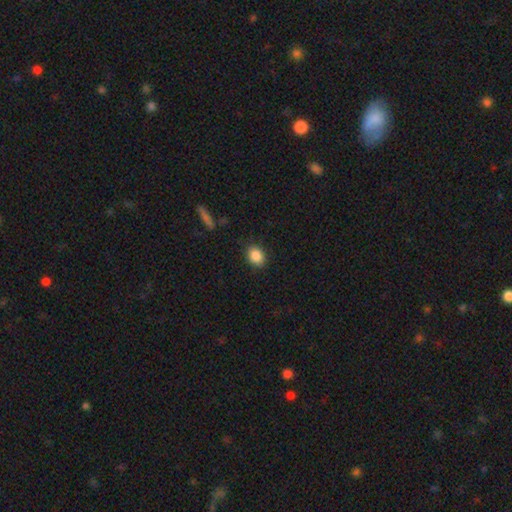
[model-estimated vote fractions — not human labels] Overall: smooth (87%). How rounded: in between (56%; round 42%). Merging: none (86%).